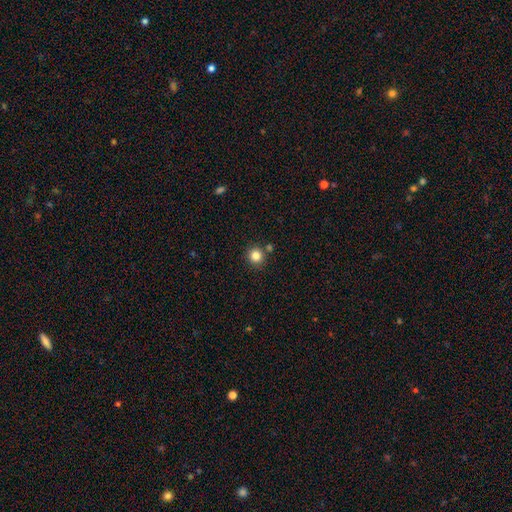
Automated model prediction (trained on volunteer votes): smooth 83%, star or artifact 12%, featured or disk 5%. Down the decision tree: how rounded — round (92%); merging — none (84%).